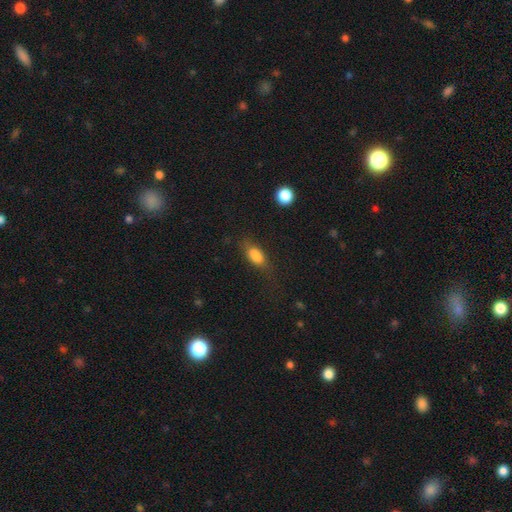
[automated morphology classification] Q: Smooth or featured?
A: smooth (79%); runner-up: featured or disk (12%)
Q: How rounded?
A: in between (81%); runner-up: cigar-shaped (13%)
Q: Merging?
A: none (63%); runner-up: minor disturbance (23%)